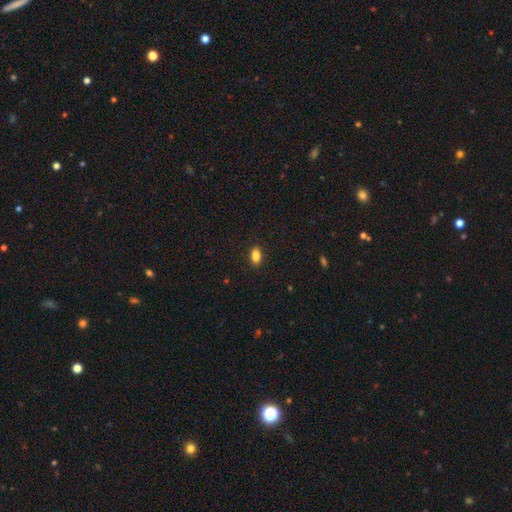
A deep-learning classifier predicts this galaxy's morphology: The model was most divided on "smooth or featured": smooth: 86%, star or artifact: 9%, featured or disk: 5%. More confident: merging — none (89%); how rounded — in between (88%).